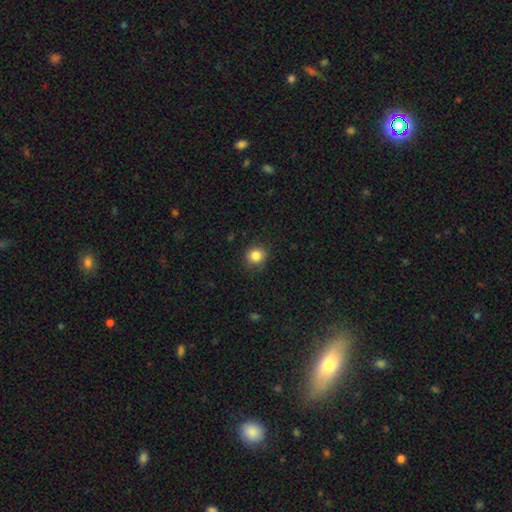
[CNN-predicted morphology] Smooth or featured?
  - smooth: 85% *
  - star or artifact: 11%
  - featured or disk: 4%
How rounded?
  - round: 88% *
  - in between: 11%
  - cigar-shaped: 1%
Merging?
  - none: 86% *
  - minor disturbance: 10%
  - major disturbance: 3%
  - merger: 1%